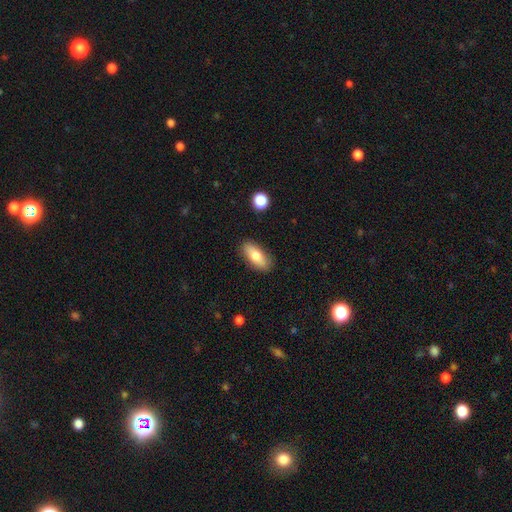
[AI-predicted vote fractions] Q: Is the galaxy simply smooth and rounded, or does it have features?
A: smooth — 75%.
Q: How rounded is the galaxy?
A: in between — 78%.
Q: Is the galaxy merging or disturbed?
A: none — 87%.